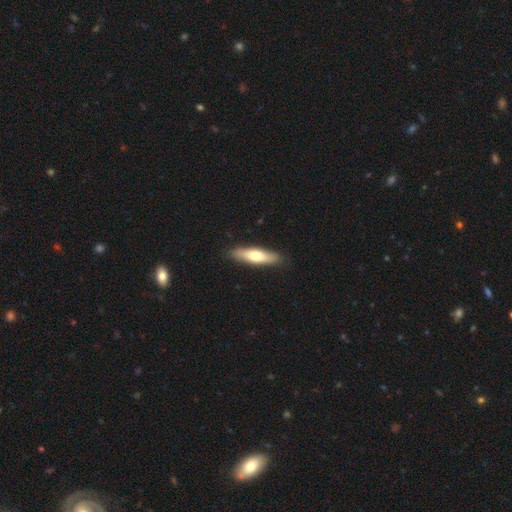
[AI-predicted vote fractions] Smooth or featured? Predicted: smooth (p=0.64). How rounded? Predicted: cigar-shaped (p=0.71). Merging? Predicted: none (p=0.89).